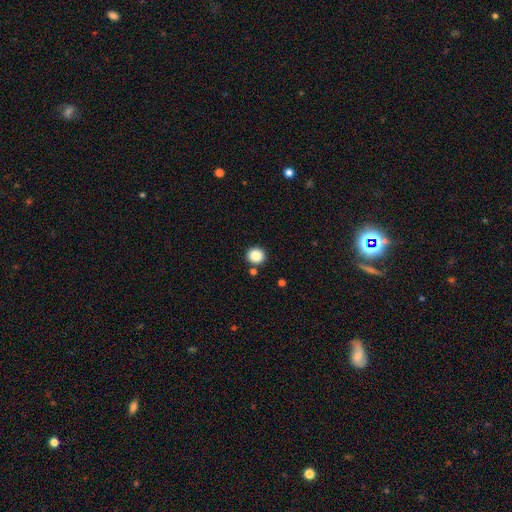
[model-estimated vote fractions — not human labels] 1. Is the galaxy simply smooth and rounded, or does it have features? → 87% smooth, 10% star or artifact, 3% featured or disk.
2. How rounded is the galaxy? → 91% round, 8% in between, 1% cigar-shaped.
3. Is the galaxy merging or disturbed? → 85% none, 7% minor disturbance, 6% merger, 2% major disturbance.